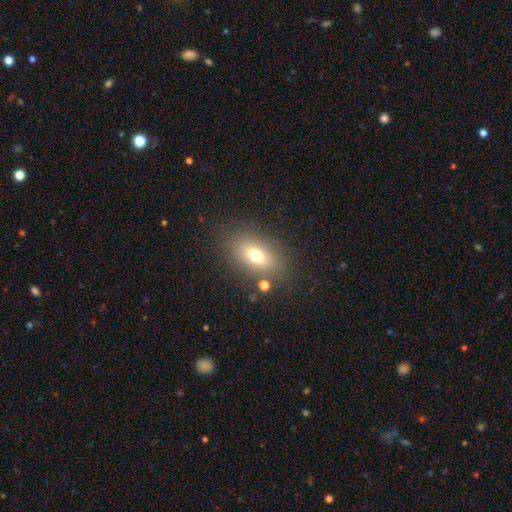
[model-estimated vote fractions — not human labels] Smooth or featured?
  - smooth: 72% *
  - featured or disk: 16%
  - star or artifact: 12%
How rounded?
  - in between: 85% *
  - round: 11%
  - cigar-shaped: 4%
Merging?
  - none: 81% *
  - minor disturbance: 11%
  - major disturbance: 4%
  - merger: 4%